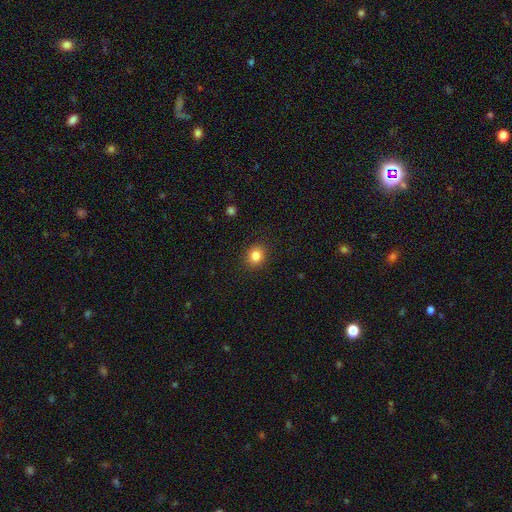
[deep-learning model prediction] smooth-or-featured: smooth: 84% | star or artifact: 11% | featured or disk: 6%
  how-rounded: round: 72% | in between: 27% | cigar-shaped: 1%
  merging: none: 90% | minor disturbance: 7% | major disturbance: 2% | merger: 1%